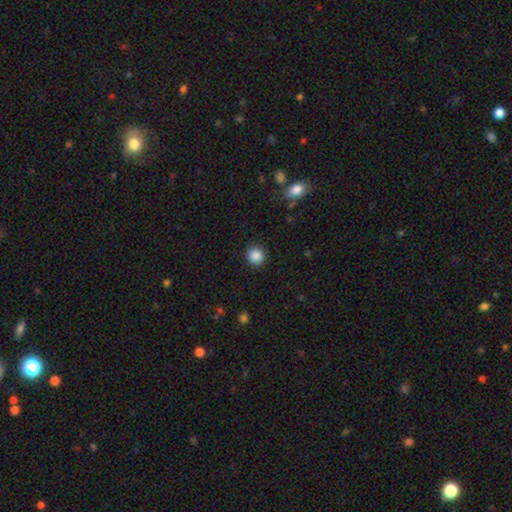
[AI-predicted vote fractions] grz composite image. It shows a smooth galaxy with no disk features (87%) that is round (92%). Merging: none (91%).